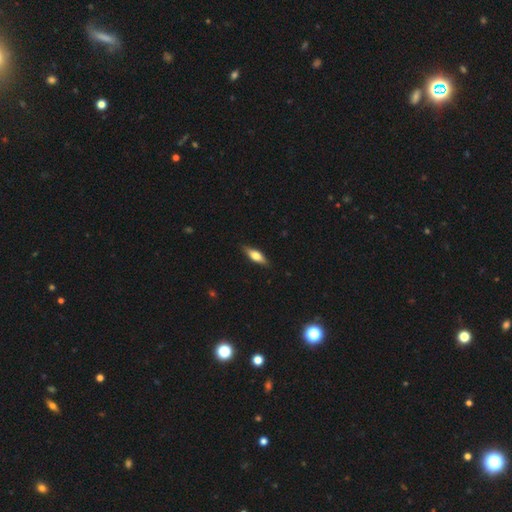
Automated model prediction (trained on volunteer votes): Smooth or featured? smooth (52%)
How rounded? in between (54%)
Merging? none (87%)